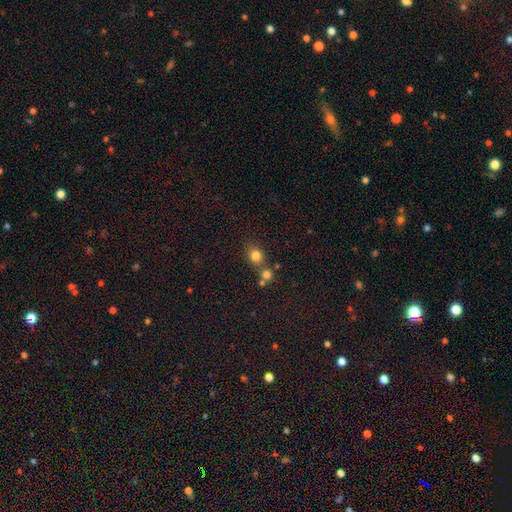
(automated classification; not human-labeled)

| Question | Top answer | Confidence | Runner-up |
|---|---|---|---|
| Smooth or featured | smooth | 79% | star or artifact (14%) |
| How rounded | round | 73% | in between (26%) |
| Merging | none | 58% | merger (29%) |